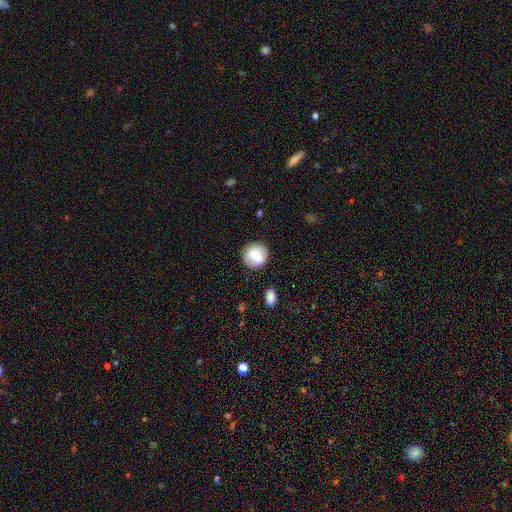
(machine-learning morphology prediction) A smooth galaxy with no disk features (72%) that is round (89%).

Vote fractions:
- Smooth or featured? smooth: 72% / featured or disk: 21% / star or artifact: 8%
- How rounded? round: 89% / in between: 10% / cigar-shaped: 1%
- Merging? none: 83% / minor disturbance: 11% / major disturbance: 3% / merger: 2%